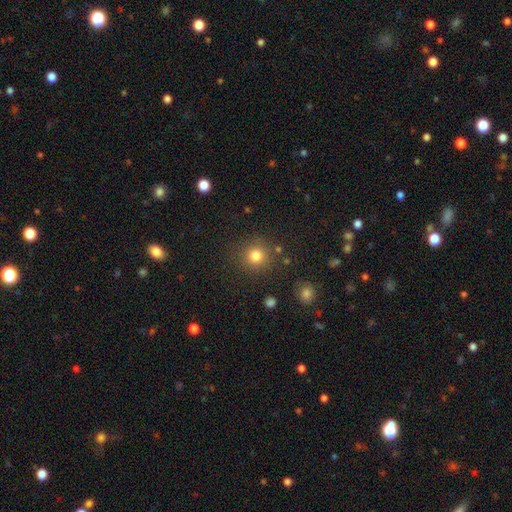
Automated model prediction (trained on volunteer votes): Overall: smooth (80%). How rounded: round (92%). Merging: none (84%).